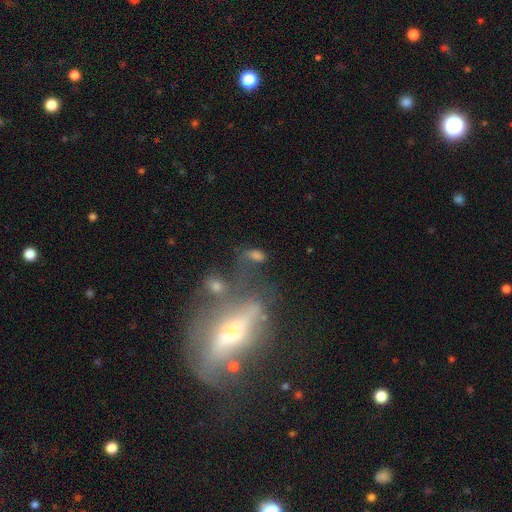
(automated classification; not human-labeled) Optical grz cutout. It shows a smooth galaxy with no disk features (44%). Merging: none (43%).